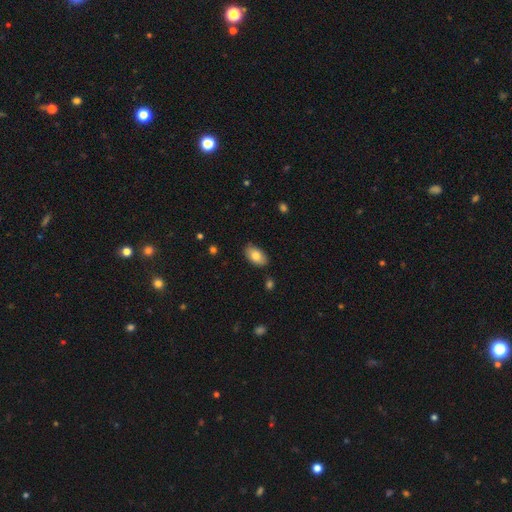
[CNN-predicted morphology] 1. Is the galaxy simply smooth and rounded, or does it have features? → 80% smooth, 13% featured or disk, 7% star or artifact.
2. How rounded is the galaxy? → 94% in between, 5% round, 2% cigar-shaped.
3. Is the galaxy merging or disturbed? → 84% none, 12% minor disturbance, 2% major disturbance, 1% merger.